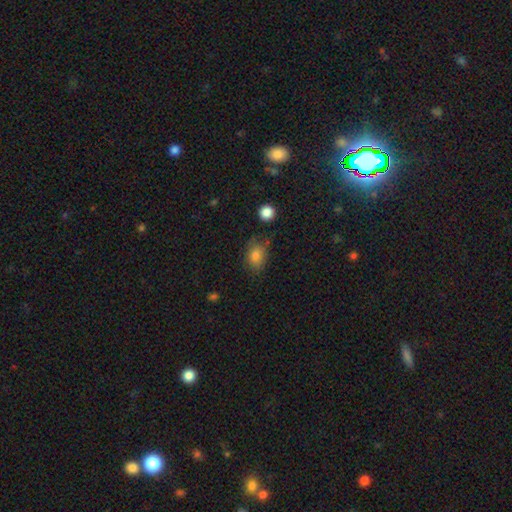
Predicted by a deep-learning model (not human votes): smooth_or_featured: smooth (p=0.81) [alt: star or artifact p=0.11]
how_rounded: in between (p=0.67) [alt: round p=0.32]
merging: none (p=0.67) [alt: minor disturbance p=0.22]